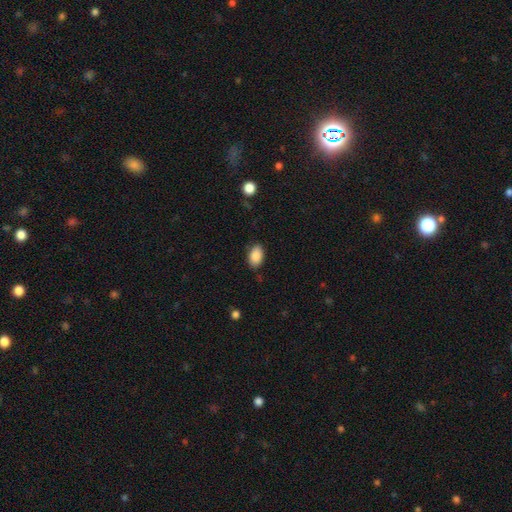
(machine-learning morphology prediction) The model was most divided on "merging": none: 82%, minor disturbance: 13%, major disturbance: 3%, merger: 1%. More confident: how rounded — in between (91%); smooth or featured — smooth (88%).